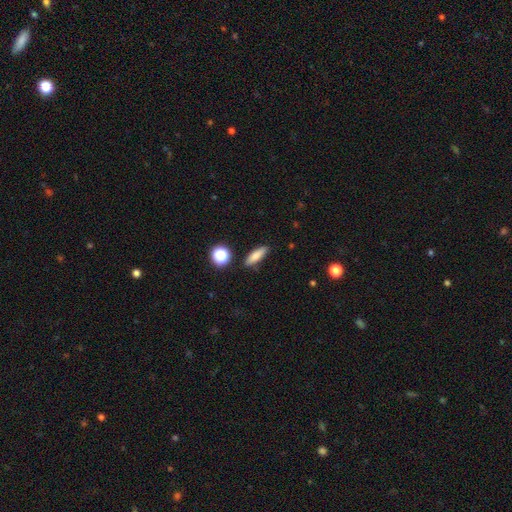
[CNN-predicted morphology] Smooth or featured?
  - smooth: 78% *
  - featured or disk: 12%
  - star or artifact: 10%
How rounded?
  - cigar-shaped: 52% *
  - in between: 43%
  - round: 6%
Merging?
  - none: 84% *
  - minor disturbance: 10%
  - merger: 3%
  - major disturbance: 3%